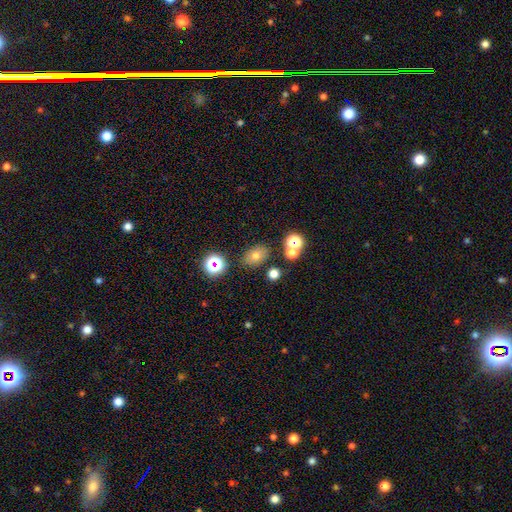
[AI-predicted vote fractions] Smooth or featured? Predicted: smooth (p=0.68). How rounded? Predicted: in between (p=0.72). Merging? Predicted: none (p=0.79).